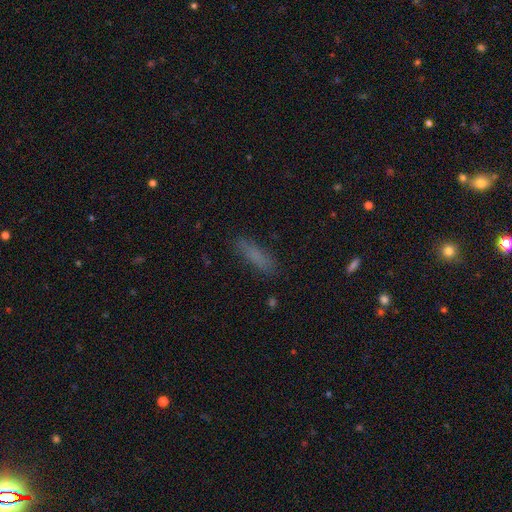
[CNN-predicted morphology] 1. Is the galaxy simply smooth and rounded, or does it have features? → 77% smooth, 12% featured or disk, 11% star or artifact.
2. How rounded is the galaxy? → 69% cigar-shaped, 29% in between, 2% round.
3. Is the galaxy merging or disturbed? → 83% none, 12% minor disturbance, 3% major disturbance, 1% merger.